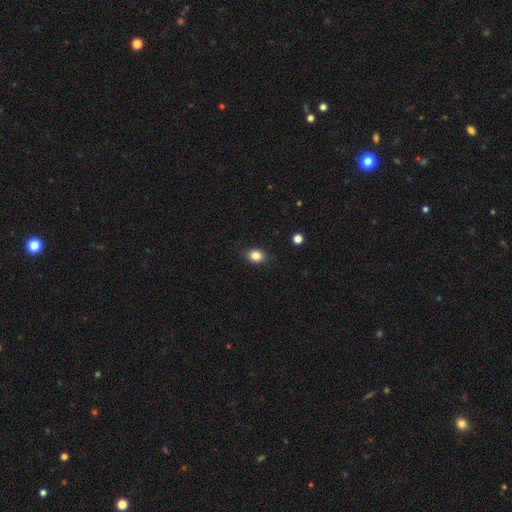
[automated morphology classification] A smooth galaxy with no disk features (85%) that is in between round and cigar-shaped (70%).

Vote fractions:
- Smooth or featured? smooth: 85% / star or artifact: 10% / featured or disk: 6%
- How rounded? in between: 70% / round: 29% / cigar-shaped: 1%
- Merging? none: 85% / minor disturbance: 12% / major disturbance: 2% / merger: 1%